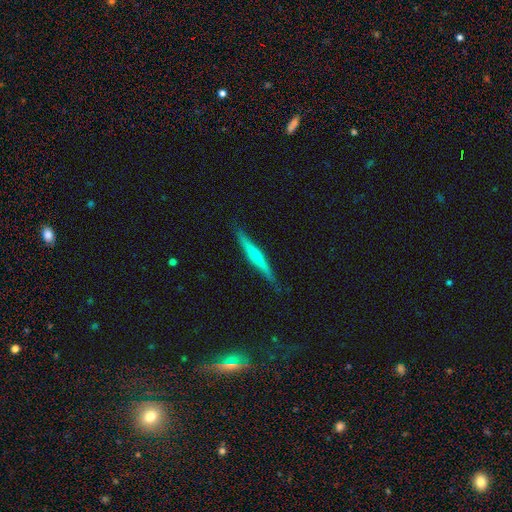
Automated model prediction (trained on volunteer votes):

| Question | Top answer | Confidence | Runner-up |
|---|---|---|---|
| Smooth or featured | featured or disk | 56% | smooth (38%) |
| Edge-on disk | yes | 97% | no (3%) |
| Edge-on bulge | rounded | 55% | none (35%) |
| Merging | none | 87% | minor disturbance (10%) |